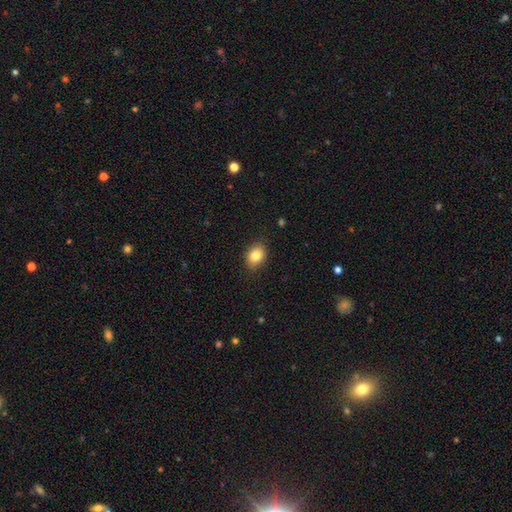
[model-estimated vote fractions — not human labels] Smooth or featured?
  - smooth: 84% *
  - star or artifact: 9%
  - featured or disk: 7%
How rounded?
  - in between: 64% *
  - round: 35%
  - cigar-shaped: 1%
Merging?
  - none: 87% *
  - minor disturbance: 9%
  - major disturbance: 2%
  - merger: 1%